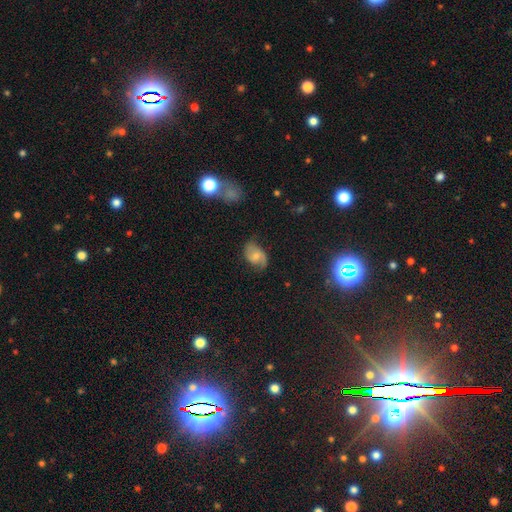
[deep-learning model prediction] Morphology: type=featured or disk (56%); edge-on=no (97%); bar=no (51%); spiral arms=yes (88%); bulge=moderate (44%); merging=none (64%).